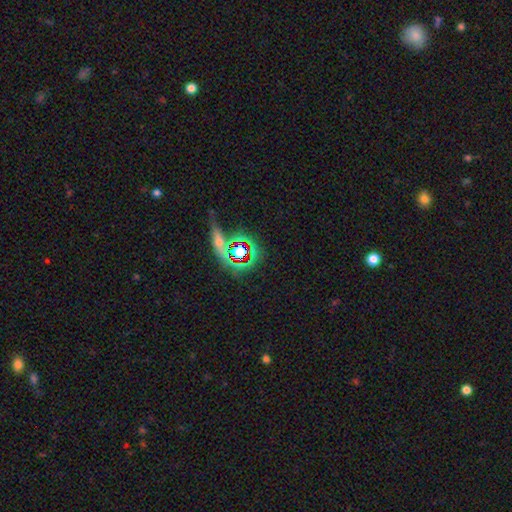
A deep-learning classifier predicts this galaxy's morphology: star or artifact 68%, featured or disk 17%, smooth 15%.